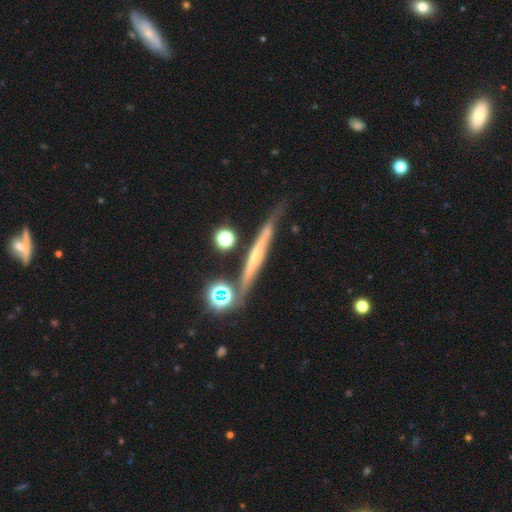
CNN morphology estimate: A featured or disk galaxy (61%) viewed edge-on (93%) with no central bulge (61%).

Vote fractions:
- Smooth or featured? featured or disk: 61% / smooth: 28% / star or artifact: 12%
- Edge-on disk? yes: 93% / no: 7%
- Edge-on bulge? none: 61% / rounded: 26% / boxy: 12%
- Merging? none: 74% / minor disturbance: 16% / merger: 6% / major disturbance: 5%